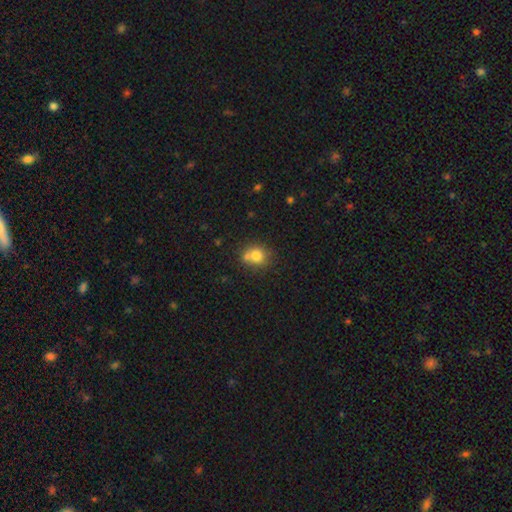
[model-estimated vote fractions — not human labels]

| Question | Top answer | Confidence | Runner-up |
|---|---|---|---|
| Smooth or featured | smooth | 78% | featured or disk (11%) |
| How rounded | round | 77% | in between (22%) |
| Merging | none | 54% | merger (28%) |